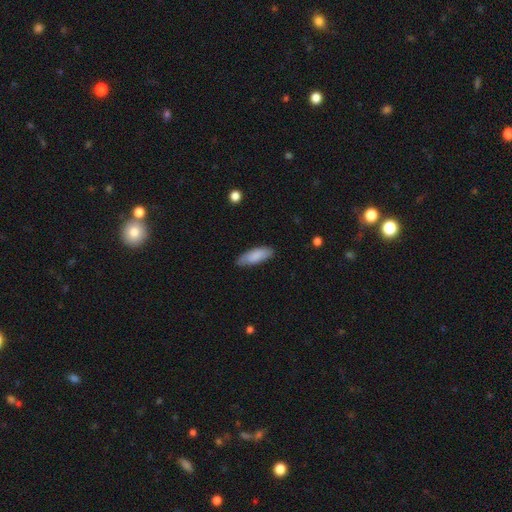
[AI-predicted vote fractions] Smooth or featured? smooth (85%)
How rounded? in between (67%)
Merging? none (81%)